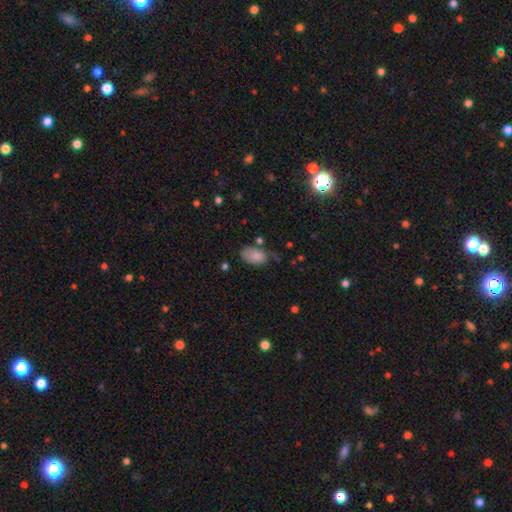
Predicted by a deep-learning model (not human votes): A smooth galaxy with no disk features (83%) that is in between round and cigar-shaped (92%). Merging: none (51%).